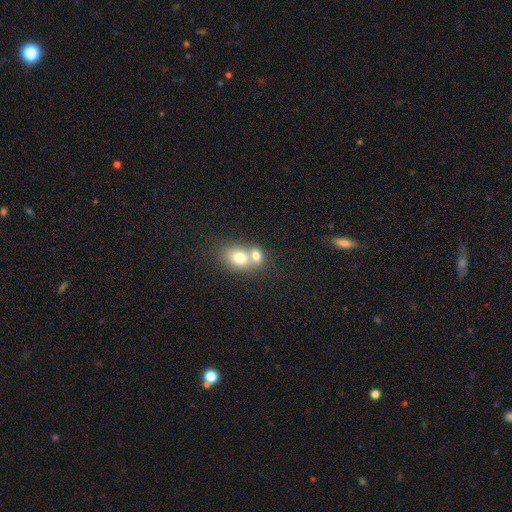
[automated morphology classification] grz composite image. It shows a smooth galaxy with no disk features (73%) that is in between round and cigar-shaped (55%). Merging: merger (67%).